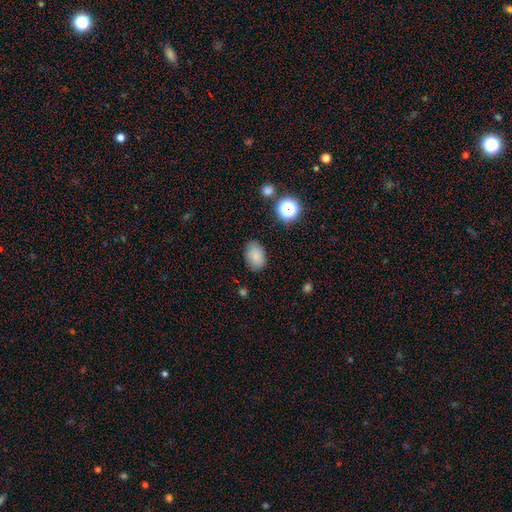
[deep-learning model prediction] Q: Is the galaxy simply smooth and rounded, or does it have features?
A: smooth — 82%.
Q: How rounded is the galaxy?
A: in between — 83%.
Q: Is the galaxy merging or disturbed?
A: none — 78%.